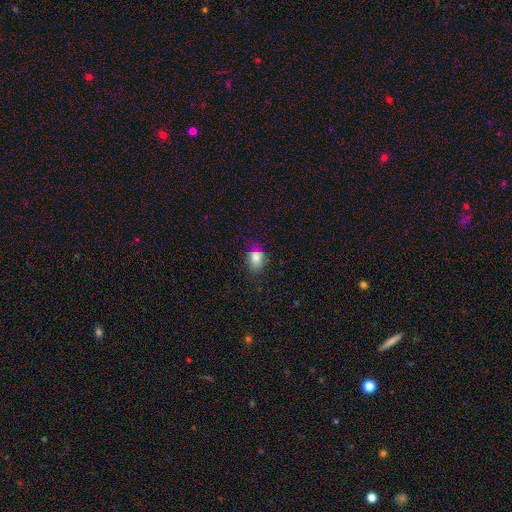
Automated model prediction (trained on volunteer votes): A smooth galaxy with no disk features (81%) that is in between round and cigar-shaped (63%).

Vote fractions:
- Smooth or featured? smooth: 81% / star or artifact: 11% / featured or disk: 8%
- How rounded? in between: 63% / round: 36% / cigar-shaped: 1%
- Merging? none: 75% / minor disturbance: 19% / major disturbance: 4% / merger: 2%